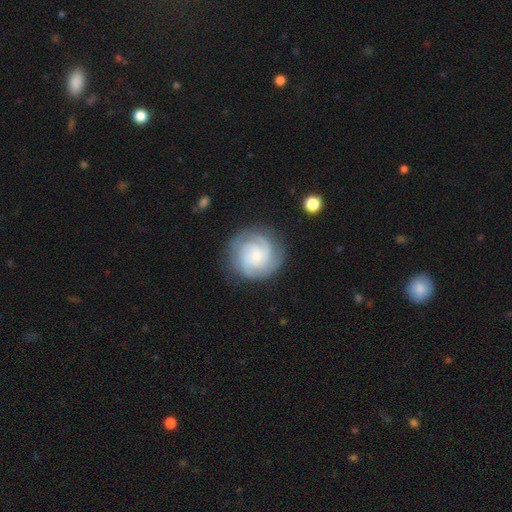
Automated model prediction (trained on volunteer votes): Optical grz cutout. It shows a featured or disk galaxy (79%) with no bar (70%), 3 (41%) tight (63%) spiral arms (97%) and a small central bulge (62%). Merging: none (80%).